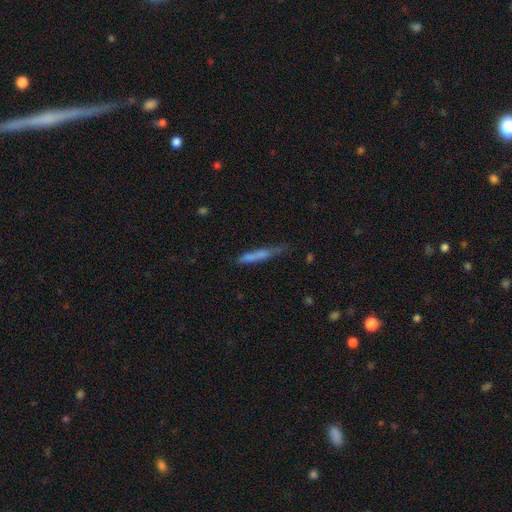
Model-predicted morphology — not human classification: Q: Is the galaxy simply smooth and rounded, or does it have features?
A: smooth — 63%.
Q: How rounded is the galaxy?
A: cigar-shaped — 93%.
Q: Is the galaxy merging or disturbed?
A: none — 61%.